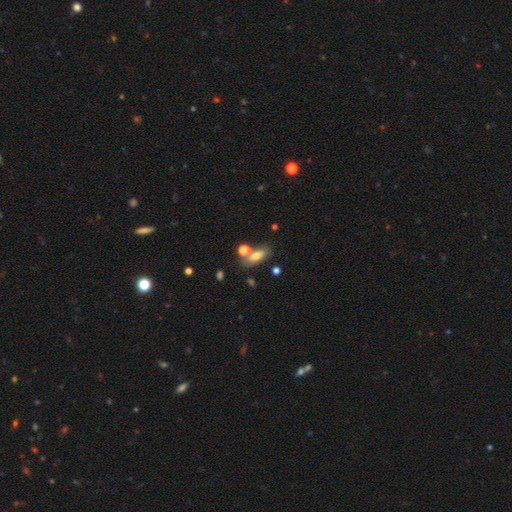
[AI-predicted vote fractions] A smooth galaxy with no disk features (71%) that is in between round and cigar-shaped (66%). Merging: none (60%).